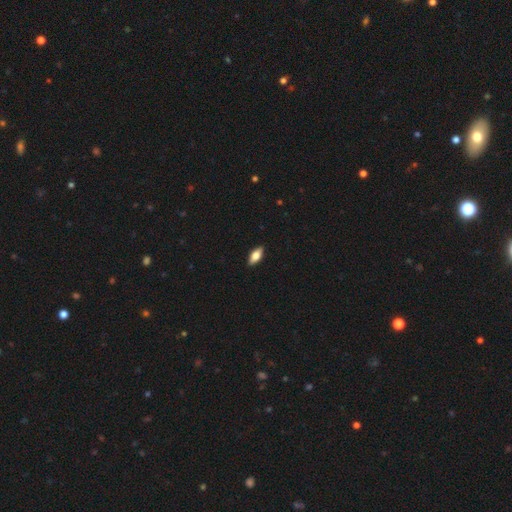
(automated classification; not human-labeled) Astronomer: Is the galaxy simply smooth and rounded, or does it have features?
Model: smooth — 71%.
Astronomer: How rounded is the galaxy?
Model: in between — 85%.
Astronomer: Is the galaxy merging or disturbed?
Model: none — 89%.